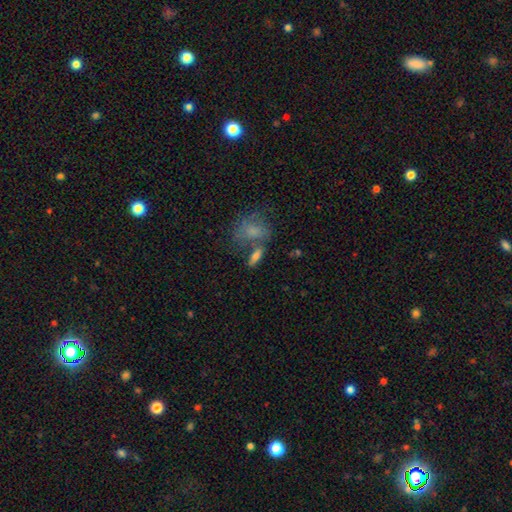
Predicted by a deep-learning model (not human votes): Smooth or featured?
  - smooth: 72% *
  - featured or disk: 18%
  - star or artifact: 10%
How rounded?
  - in between: 61% *
  - cigar-shaped: 31%
  - round: 8%
Merging?
  - none: 56% *
  - merger: 24%
  - minor disturbance: 14%
  - major disturbance: 7%